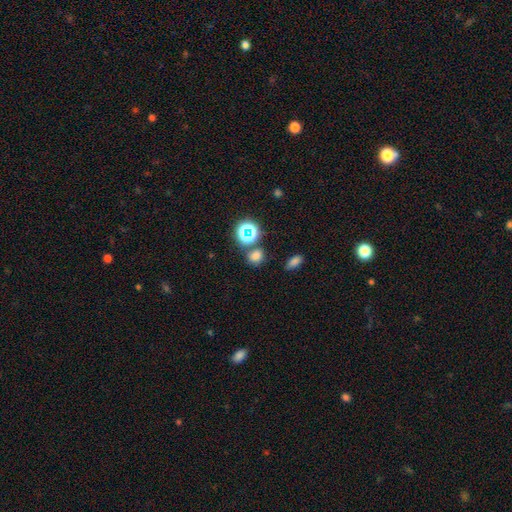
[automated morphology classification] This is likely a smooth galaxy (69%). How rounded: likely round (67%). Merging: likely none (72%).